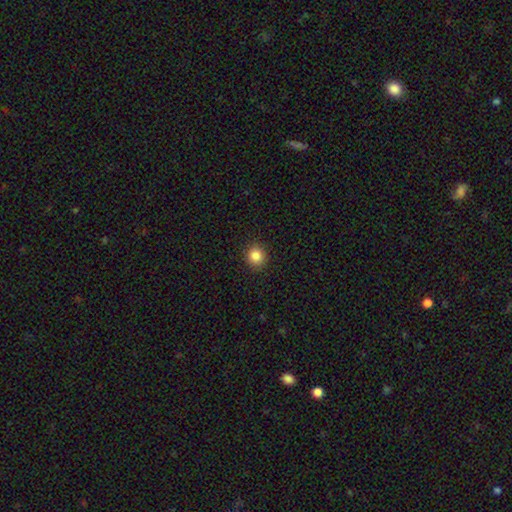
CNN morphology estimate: Q: Smooth or featured?
A: smooth (85%); runner-up: star or artifact (10%)
Q: How rounded?
A: round (87%); runner-up: in between (12%)
Q: Merging?
A: none (91%); runner-up: minor disturbance (6%)